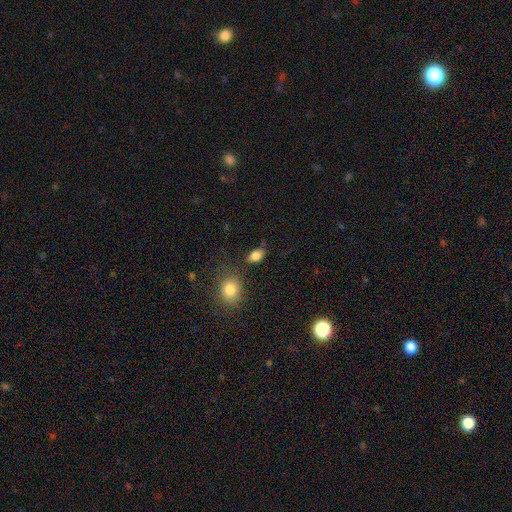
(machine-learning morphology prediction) This is clearly a smooth galaxy (85%). How rounded: clearly in between (83%). Merging: likely none (64%).